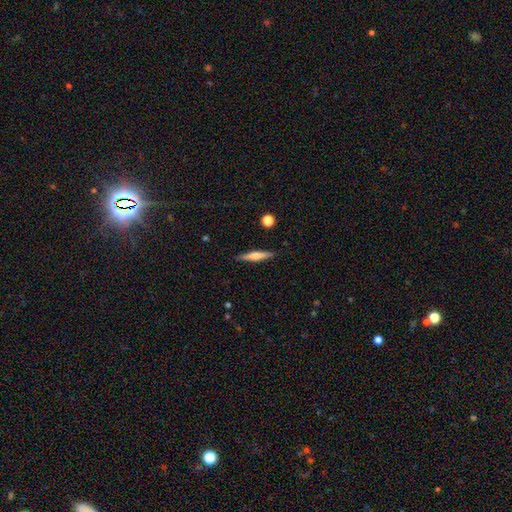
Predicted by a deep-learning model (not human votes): Smooth or featured? Predicted: featured or disk (p=0.47). Merging? Predicted: none (p=0.90).